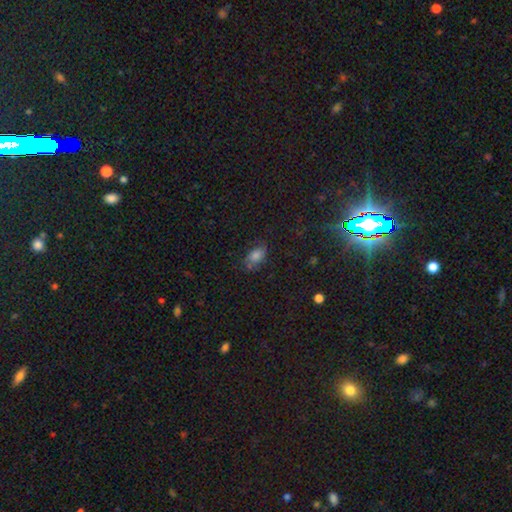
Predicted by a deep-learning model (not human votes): Smooth or featured? smooth (68%)
How rounded? in between (84%)
Merging? none (68%)